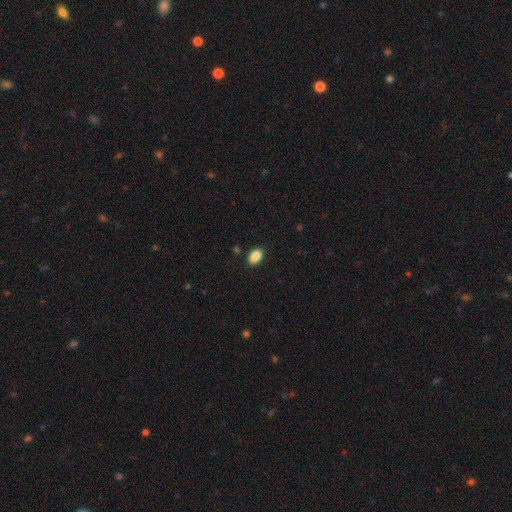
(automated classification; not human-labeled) Smooth or featured: smooth — 87% (star or artifact — 8%)
How rounded: in between — 86% (round — 13%)
Merging: none — 87% (minor disturbance — 9%)